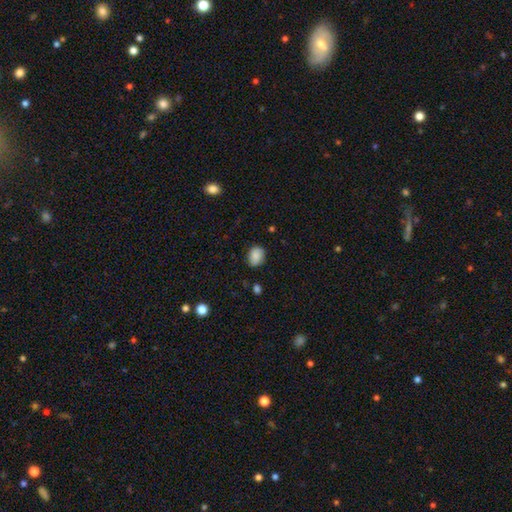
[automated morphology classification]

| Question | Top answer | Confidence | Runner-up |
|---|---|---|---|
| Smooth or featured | smooth | 86% | star or artifact (8%) |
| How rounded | in between | 58% | round (41%) |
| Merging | none | 79% | minor disturbance (17%) |